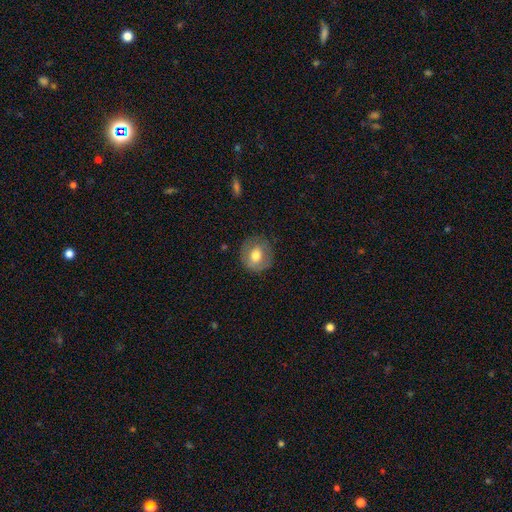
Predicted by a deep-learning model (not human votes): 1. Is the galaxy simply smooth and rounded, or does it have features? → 65% smooth, 27% featured or disk, 8% star or artifact.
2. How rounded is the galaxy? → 81% round, 18% in between, 1% cigar-shaped.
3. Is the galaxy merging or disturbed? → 80% none, 14% minor disturbance, 5% major disturbance, 1% merger.